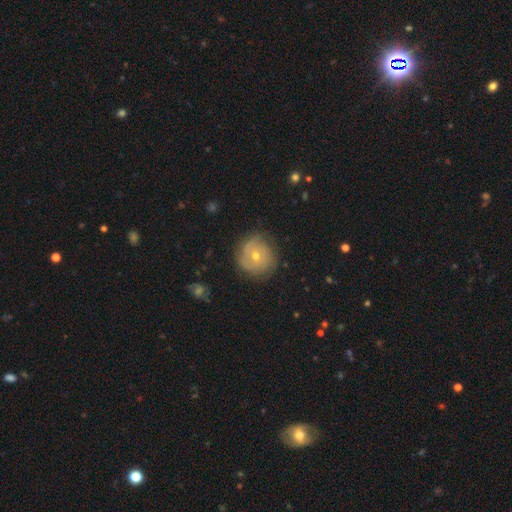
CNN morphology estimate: Smooth or featured? featured or disk (55%)
Edge-on disk? no (96%)
Bar? no (80%)
Spiral arms? yes (73%)
Bulge size? moderate (49%)
Merging? none (77%)